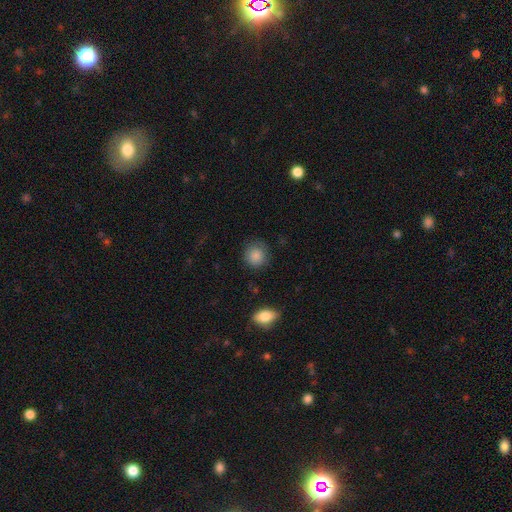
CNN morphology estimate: Smooth or featured?
  - smooth: 87% *
  - star or artifact: 8%
  - featured or disk: 4%
How rounded?
  - round: 88% *
  - in between: 11%
  - cigar-shaped: 1%
Merging?
  - none: 82% *
  - minor disturbance: 13%
  - major disturbance: 4%
  - merger: 1%